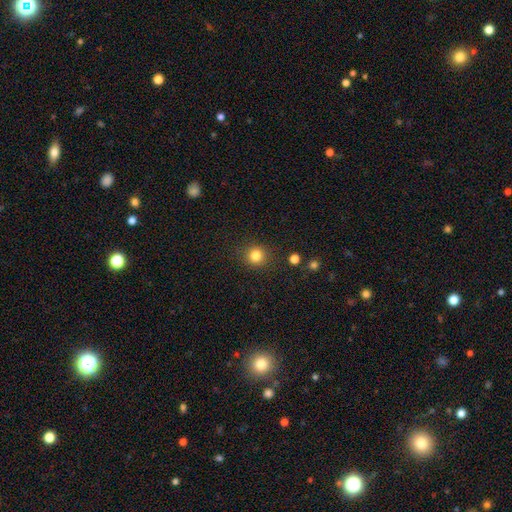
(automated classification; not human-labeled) Morphology: type=smooth (83%); roundness=round (92%); merging=none (89%).